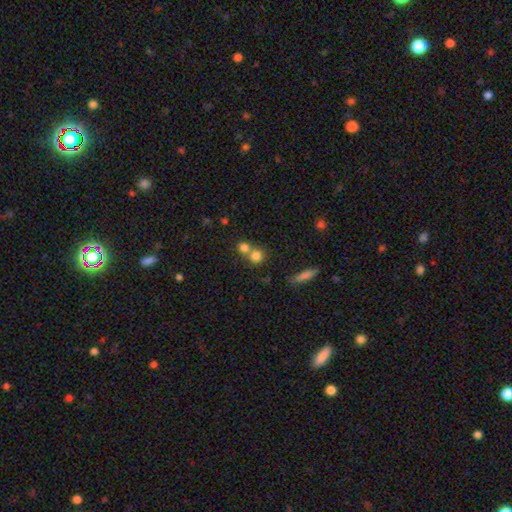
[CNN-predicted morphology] smooth 79%, star or artifact 12%, featured or disk 10%. Down the decision tree: how rounded — round (87%); merging — merger (46%).